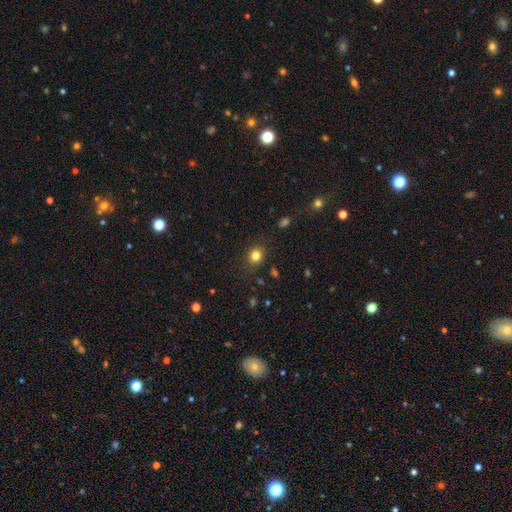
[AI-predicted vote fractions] The model was most divided on "how rounded": round: 79%, in between: 20%, cigar-shaped: 1%. More confident: merging — none (85%); smooth or featured — smooth (82%).